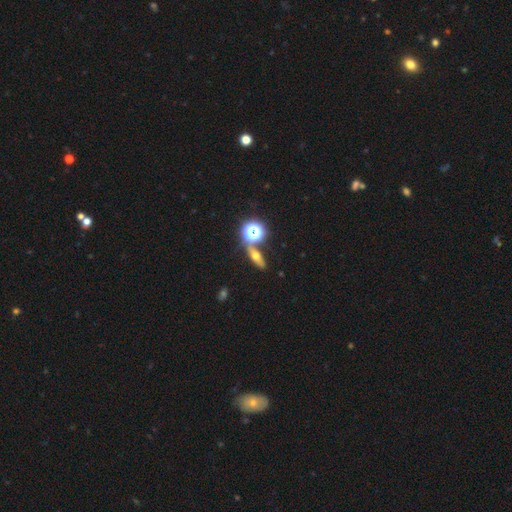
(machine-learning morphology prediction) Smooth or featured? featured or disk (39%)
Merging? none (76%)